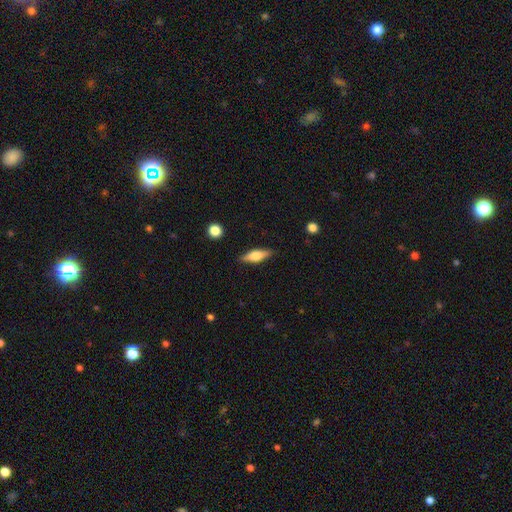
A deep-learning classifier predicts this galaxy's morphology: Q: Smooth or featured?
A: smooth (55%); runner-up: featured or disk (39%)
Q: How rounded?
A: in between (53%); runner-up: cigar-shaped (44%)
Q: Merging?
A: none (86%); runner-up: minor disturbance (10%)